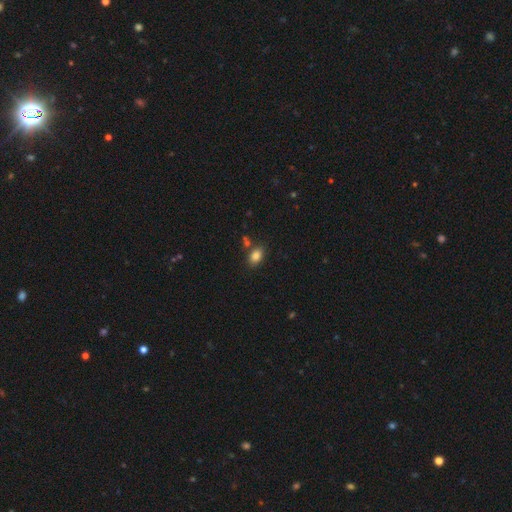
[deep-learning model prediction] smooth-or-featured: smooth: 84% | star or artifact: 10% | featured or disk: 6%
  how-rounded: in between: 84% | round: 15% | cigar-shaped: 2%
  merging: none: 75% | minor disturbance: 12% | merger: 9% | major disturbance: 3%